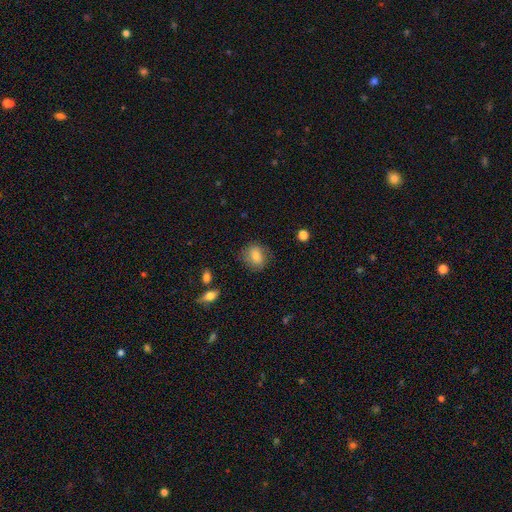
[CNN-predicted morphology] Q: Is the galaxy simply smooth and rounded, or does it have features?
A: smooth — 76%.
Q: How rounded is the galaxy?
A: round — 56%.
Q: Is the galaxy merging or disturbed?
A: none — 73%.